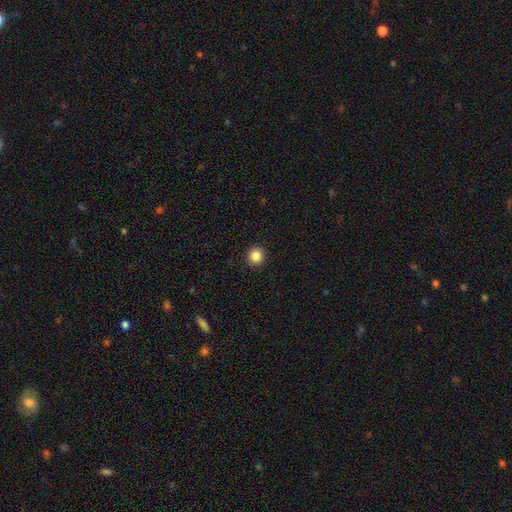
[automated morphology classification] smooth-or-featured: smooth: 86% | star or artifact: 11% | featured or disk: 4%
  how-rounded: round: 94% | in between: 5% | cigar-shaped: 1%
  merging: none: 93% | minor disturbance: 4% | major disturbance: 2% | merger: 1%